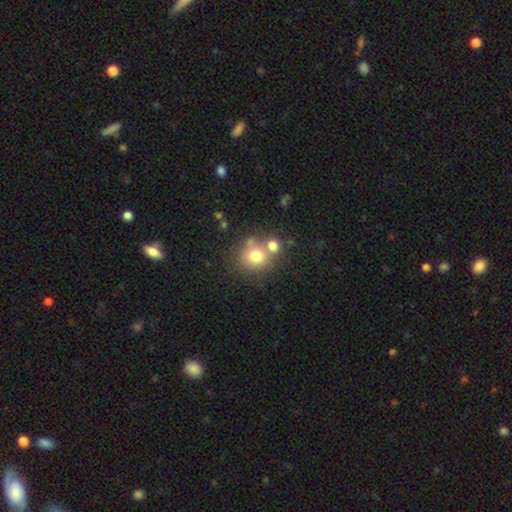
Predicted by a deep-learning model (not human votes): smooth_or_featured: smooth (p=0.74) [alt: featured or disk p=0.13]
how_rounded: round (p=0.86) [alt: in between p=0.13]
merging: none (p=0.57) [alt: merger p=0.31]